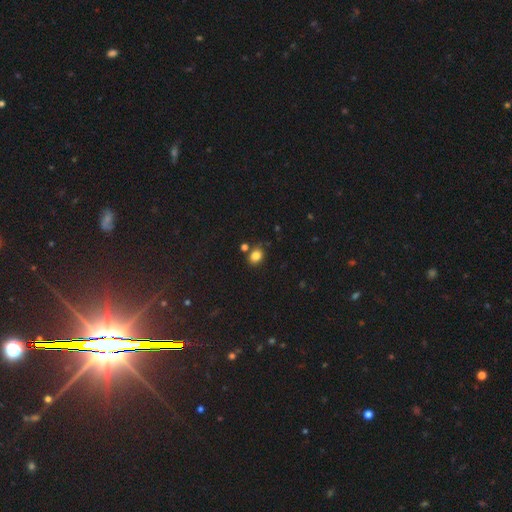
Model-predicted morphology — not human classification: This is clearly a smooth galaxy (82%). How rounded: possibly in between (55%). Merging: likely none (75%).